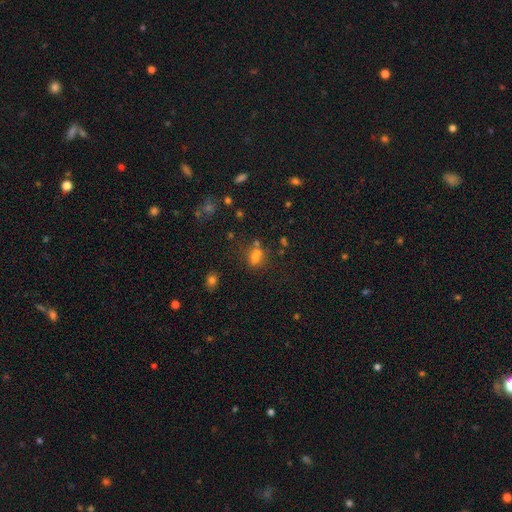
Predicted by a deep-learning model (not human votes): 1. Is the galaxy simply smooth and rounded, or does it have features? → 56% smooth, 30% star or artifact, 14% featured or disk.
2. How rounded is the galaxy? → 65% round, 33% in between, 2% cigar-shaped.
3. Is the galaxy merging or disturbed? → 47% none, 38% merger, 10% minor disturbance, 5% major disturbance.